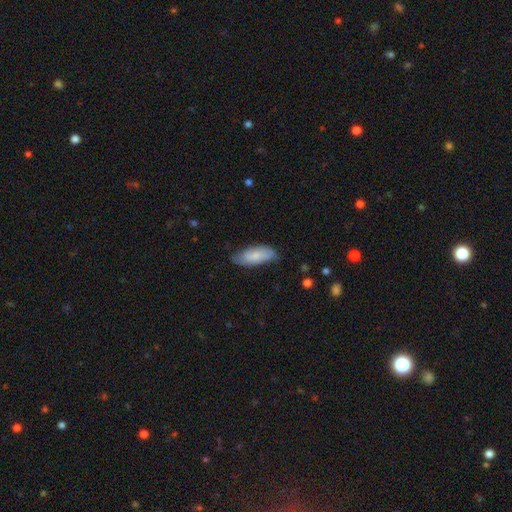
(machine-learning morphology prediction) A smooth galaxy with no disk features (73%) that is in between round and cigar-shaped (82%). Merging: none (67%).